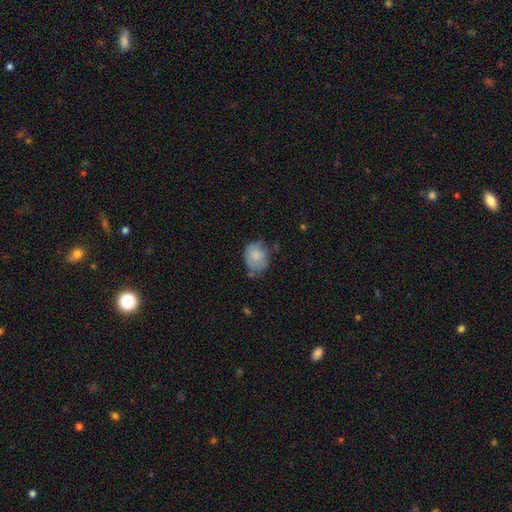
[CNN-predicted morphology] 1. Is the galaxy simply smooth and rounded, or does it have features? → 75% smooth, 18% featured or disk, 8% star or artifact.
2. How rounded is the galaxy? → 53% in between, 46% round, 1% cigar-shaped.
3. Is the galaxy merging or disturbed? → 49% none, 33% minor disturbance, 12% major disturbance, 6% merger.